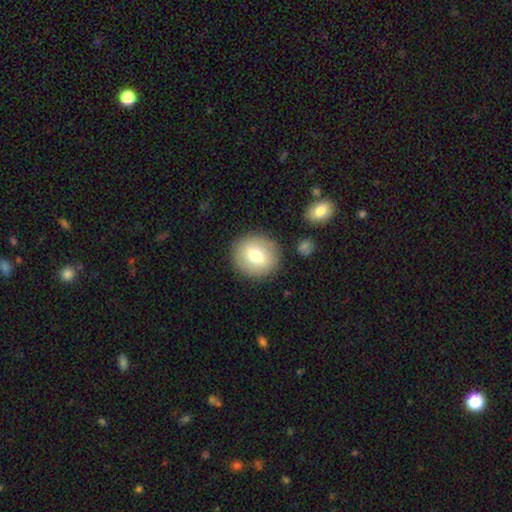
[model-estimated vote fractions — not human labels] Smooth or featured?
  - smooth: 73% *
  - featured or disk: 18%
  - star or artifact: 9%
How rounded?
  - round: 91% *
  - in between: 8%
  - cigar-shaped: 1%
Merging?
  - none: 88% *
  - minor disturbance: 7%
  - major disturbance: 3%
  - merger: 2%